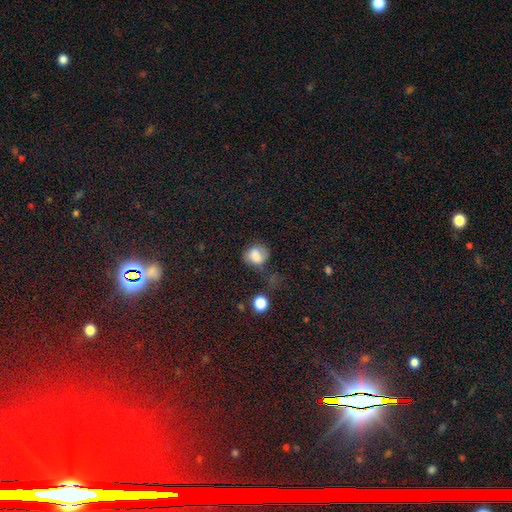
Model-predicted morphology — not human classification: Smooth or featured?
  - smooth: 77% *
  - featured or disk: 12%
  - star or artifact: 11%
How rounded?
  - round: 55% *
  - in between: 44%
  - cigar-shaped: 1%
Merging?
  - none: 45% *
  - minor disturbance: 28%
  - major disturbance: 18%
  - merger: 9%